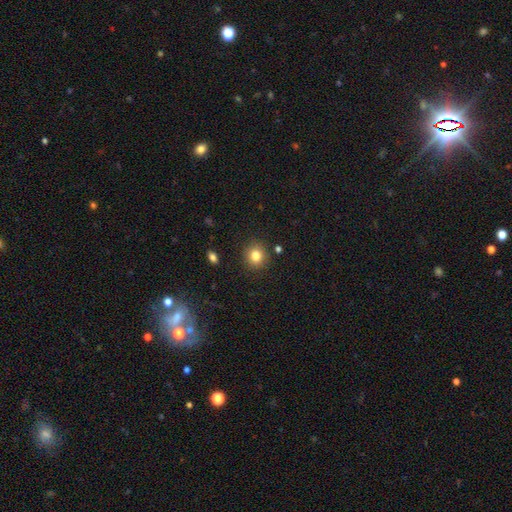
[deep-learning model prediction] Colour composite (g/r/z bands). It shows a smooth galaxy with no disk features (82%) that is round (86%). Merging: none (88%).